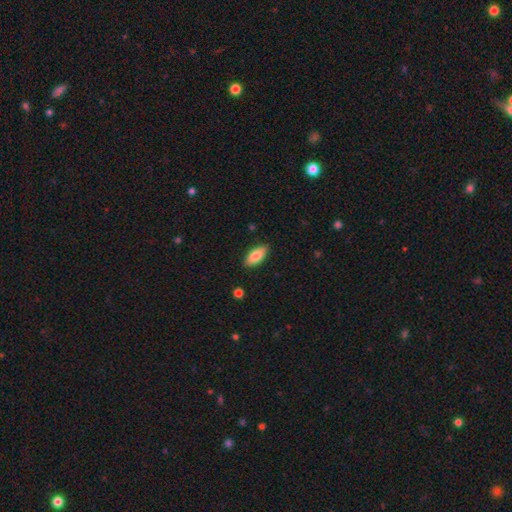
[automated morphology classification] The model was most divided on "smooth or featured": smooth: 83%, featured or disk: 11%, star or artifact: 6%. More confident: merging — none (87%); how rounded — in between (86%).